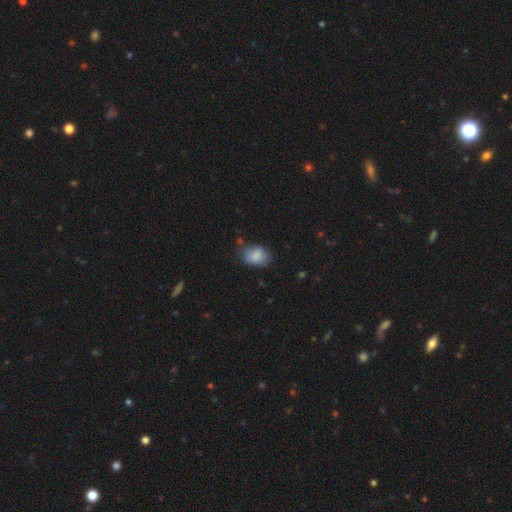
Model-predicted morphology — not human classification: smooth_or_featured: smooth (p=0.83) [alt: featured or disk p=0.09]
how_rounded: in between (p=0.74) [alt: round p=0.25]
merging: none (p=0.64) [alt: minor disturbance p=0.26]